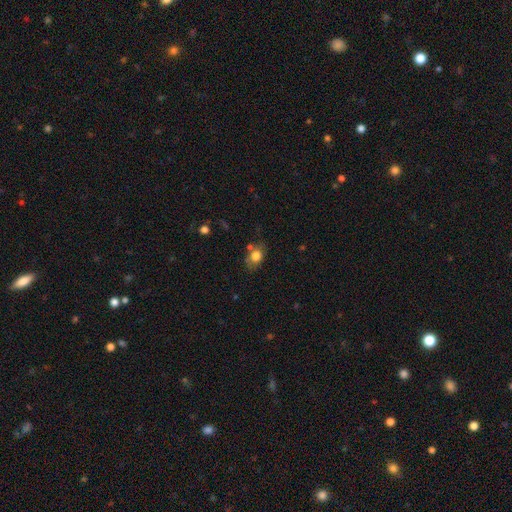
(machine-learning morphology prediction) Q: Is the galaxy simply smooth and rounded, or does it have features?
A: smooth — 77%.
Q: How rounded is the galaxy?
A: in between — 66%.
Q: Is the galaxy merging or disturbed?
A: none — 58%.